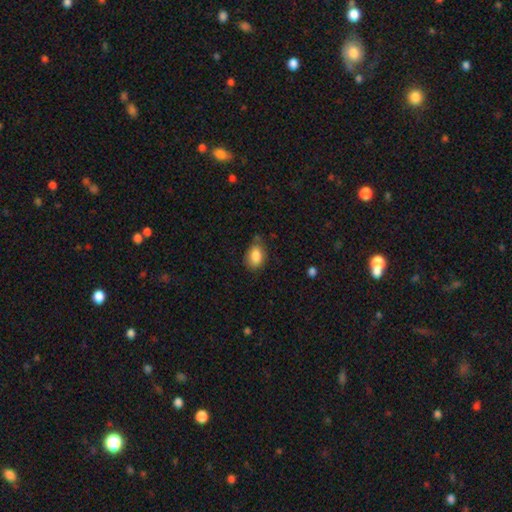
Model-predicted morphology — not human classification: Q: Smooth or featured?
A: smooth (85%); runner-up: star or artifact (8%)
Q: How rounded?
A: in between (82%); runner-up: round (16%)
Q: Merging?
A: none (67%); runner-up: minor disturbance (25%)